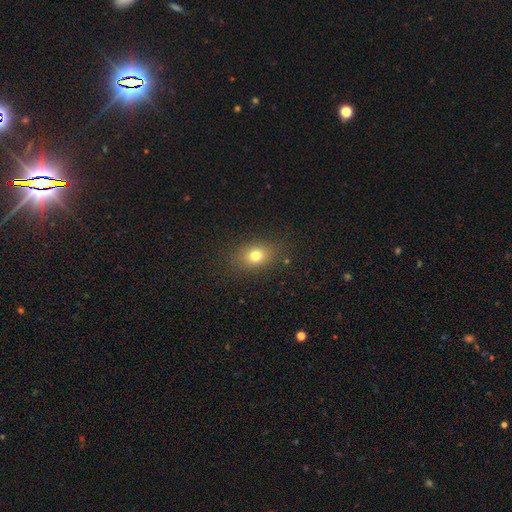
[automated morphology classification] Smooth or featured? smooth (76%)
How rounded? in between (61%)
Merging? none (83%)